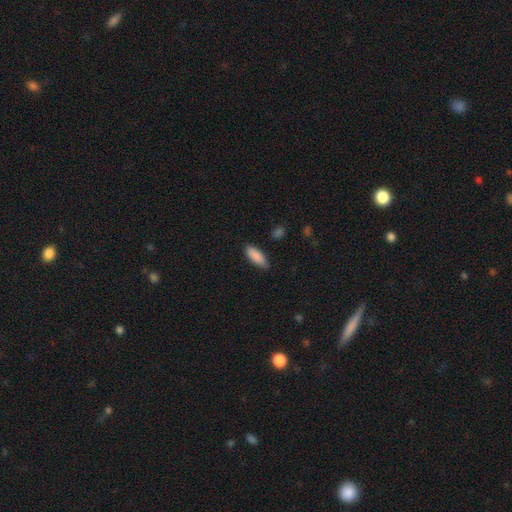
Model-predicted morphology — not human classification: Smooth or featured? smooth (89%)
How rounded? in between (64%)
Merging? none (83%)